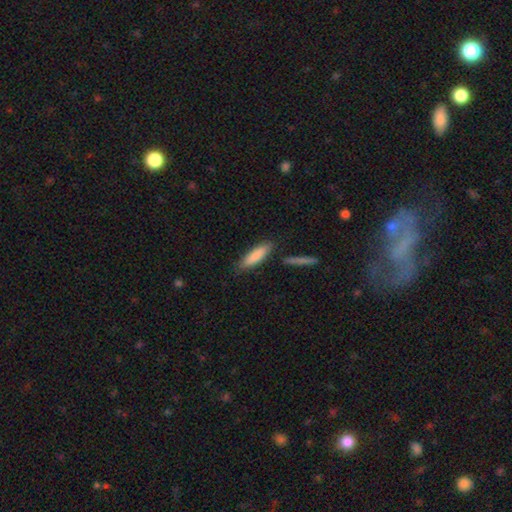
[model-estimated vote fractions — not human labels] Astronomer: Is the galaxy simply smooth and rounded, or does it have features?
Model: smooth — 85%.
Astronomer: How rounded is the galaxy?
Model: cigar-shaped — 58% (runner-up: in between, 40%).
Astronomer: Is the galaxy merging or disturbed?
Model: none — 81%.